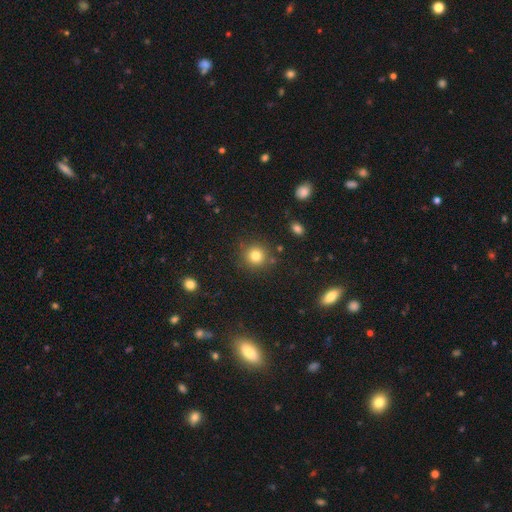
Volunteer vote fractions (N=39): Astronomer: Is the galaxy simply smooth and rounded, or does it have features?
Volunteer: smooth — 92%.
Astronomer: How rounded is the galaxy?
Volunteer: round — 94%.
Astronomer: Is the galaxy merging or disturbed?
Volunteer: none — 92%.